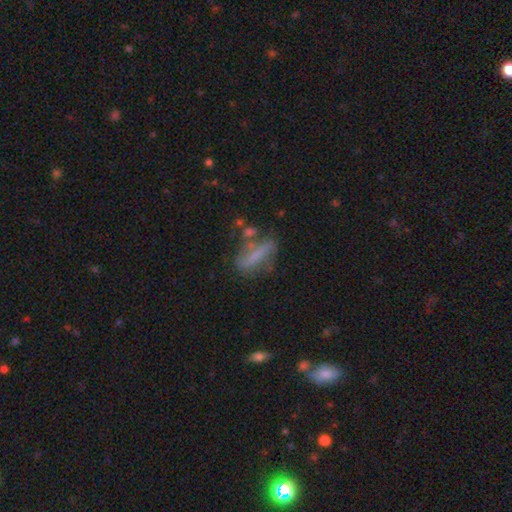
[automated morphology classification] smooth 50%, featured or disk 38%, star or artifact 12%. Down the decision tree: how rounded — cigar-shaped (59%); merging — none (51%).